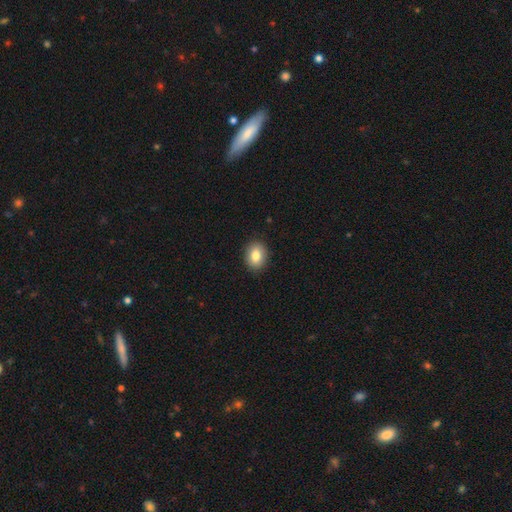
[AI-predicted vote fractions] smooth 83%, featured or disk 8%, star or artifact 8%. Down the decision tree: how rounded — in between (61%); merging — none (90%).